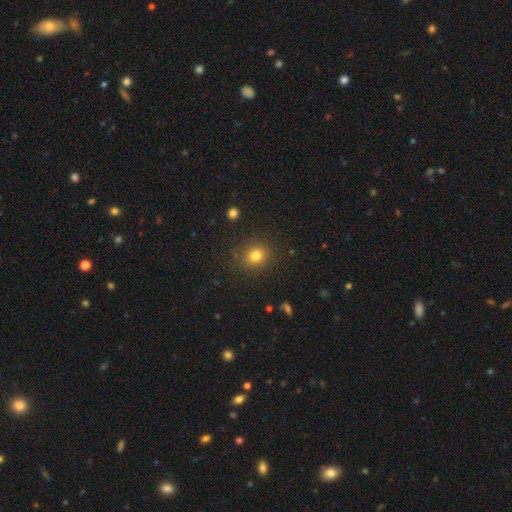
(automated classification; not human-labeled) Q: Smooth or featured?
A: smooth (80%); runner-up: star or artifact (13%)
Q: How rounded?
A: round (81%); runner-up: in between (18%)
Q: Merging?
A: none (88%); runner-up: minor disturbance (8%)